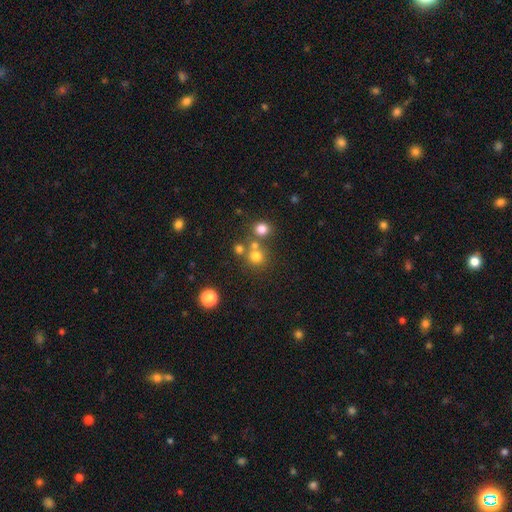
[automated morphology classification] Smooth or featured: smooth — 71% (star or artifact — 19%)
How rounded: round — 89% (in between — 10%)
Merging: none — 62% (merger — 27%)